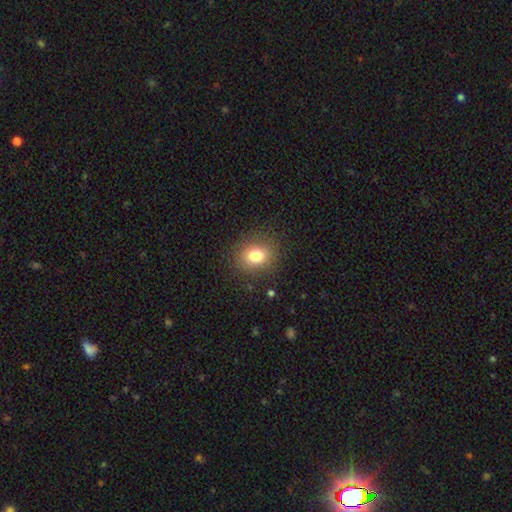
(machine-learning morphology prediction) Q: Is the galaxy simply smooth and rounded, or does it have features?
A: smooth — 79%.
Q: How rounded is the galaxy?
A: round — 54%.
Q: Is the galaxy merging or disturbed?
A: none — 85%.